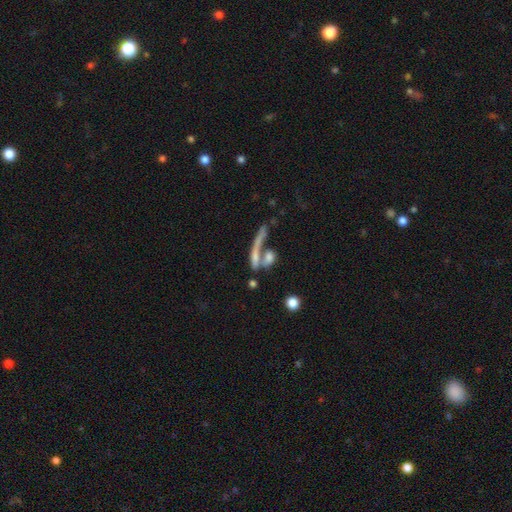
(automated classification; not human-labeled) Smooth or featured: smooth — 47% (featured or disk — 40%)
Merging: merger — 44% (none — 34%)